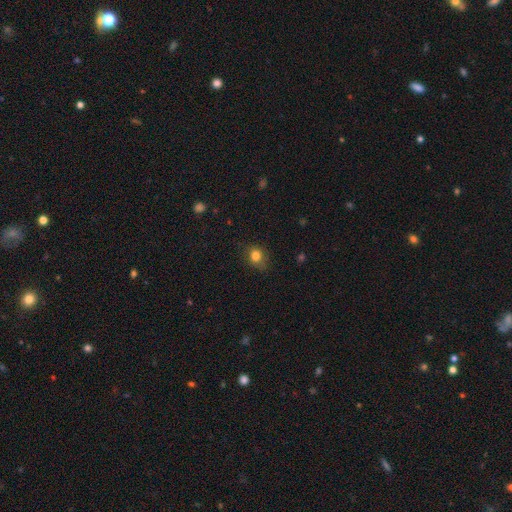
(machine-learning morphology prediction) Smooth or featured? Predicted: smooth (p=0.82). How rounded? Predicted: round (p=0.59). Merging? Predicted: none (p=0.74).